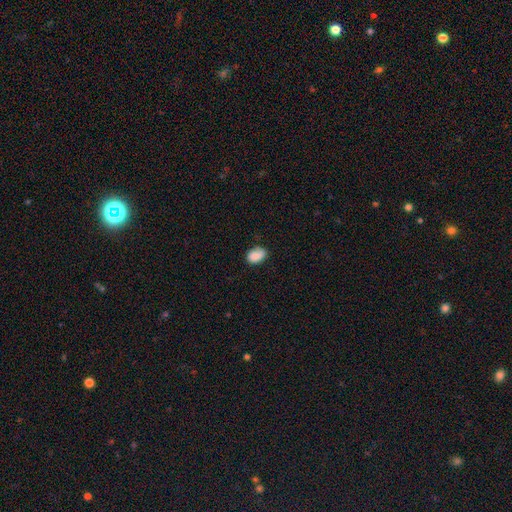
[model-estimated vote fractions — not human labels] smooth-or-featured: smooth: 88% | star or artifact: 8% | featured or disk: 5%
  how-rounded: in between: 84% | round: 15% | cigar-shaped: 1%
  merging: none: 74% | minor disturbance: 21% | major disturbance: 4% | merger: 1%